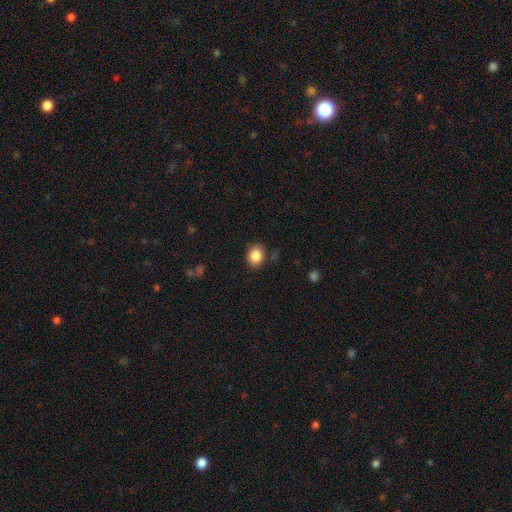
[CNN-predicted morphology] Smooth or featured?
  - smooth: 86% *
  - star or artifact: 9%
  - featured or disk: 5%
How rounded?
  - round: 52% *
  - in between: 47%
  - cigar-shaped: 1%
Merging?
  - none: 83% *
  - minor disturbance: 12%
  - major disturbance: 3%
  - merger: 2%